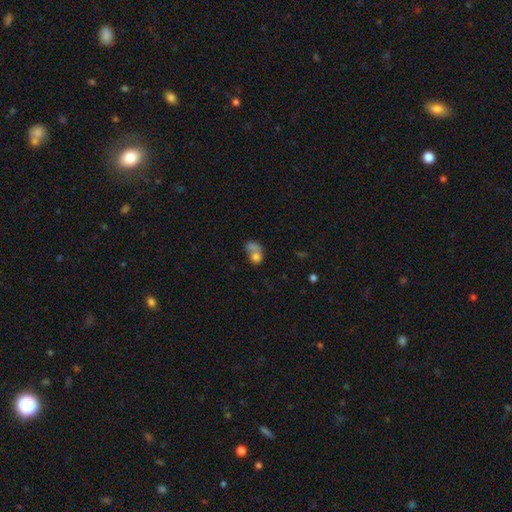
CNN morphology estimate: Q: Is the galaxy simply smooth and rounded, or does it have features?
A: smooth — 70%.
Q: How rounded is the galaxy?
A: in between — 54%.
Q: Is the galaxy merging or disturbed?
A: merger — 51%.